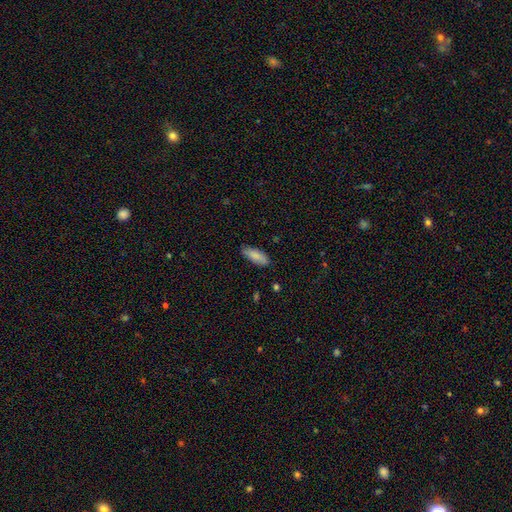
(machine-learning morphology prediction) smooth 86%, featured or disk 8%, star or artifact 6%. Down the decision tree: how rounded — in between (69%); merging — none (81%).